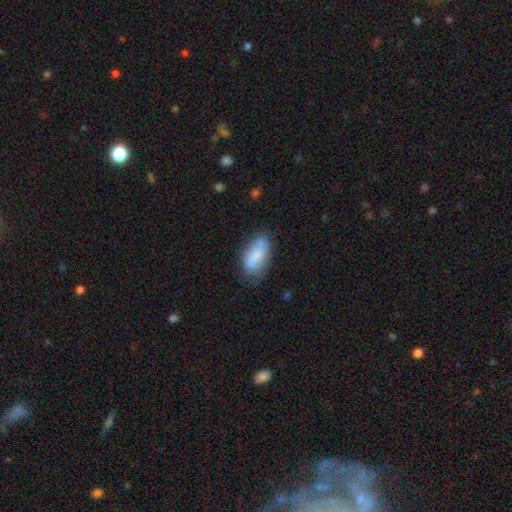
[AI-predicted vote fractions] This is likely a smooth galaxy (69%). How rounded: clearly in between (90%). Merging: possibly none (53%).